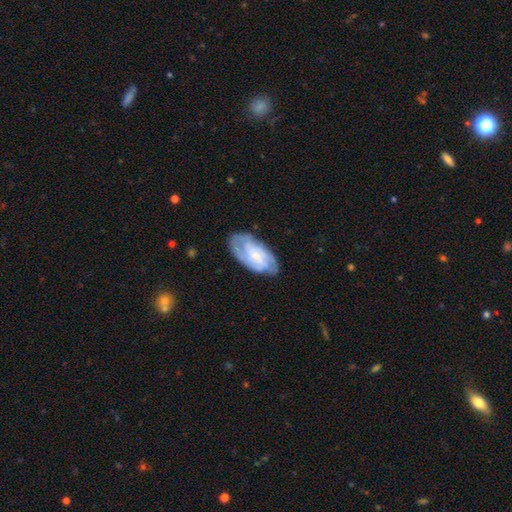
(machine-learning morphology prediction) A featured or disk galaxy (71%) with no bar (55%), tight (49%) spiral arms (91%) and a small central bulge (69%). Merging: none (72%).